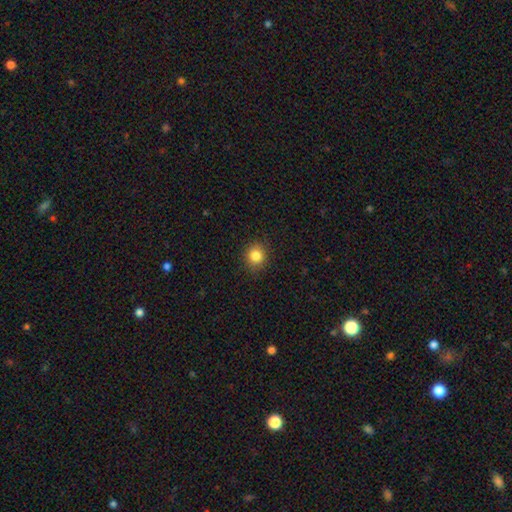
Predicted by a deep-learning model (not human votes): smooth_or_featured: smooth (p=0.84) [alt: star or artifact p=0.11]
how_rounded: round (p=0.87) [alt: in between p=0.12]
merging: none (p=0.90) [alt: minor disturbance p=0.07]